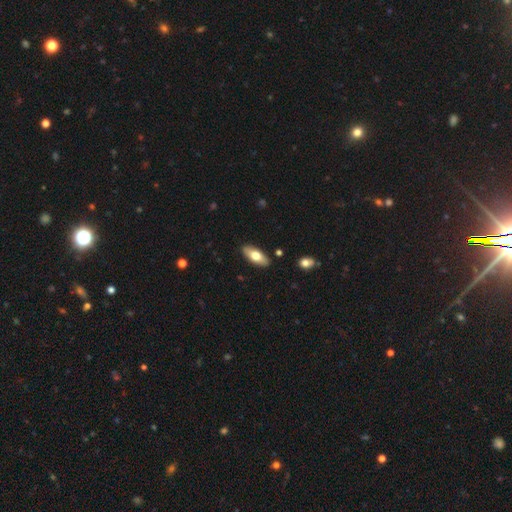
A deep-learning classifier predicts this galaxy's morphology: smooth_or_featured: smooth (p=0.69) [alt: featured or disk p=0.26]
how_rounded: in between (p=0.81) [alt: cigar-shaped p=0.17]
merging: none (p=0.88) [alt: minor disturbance p=0.08]